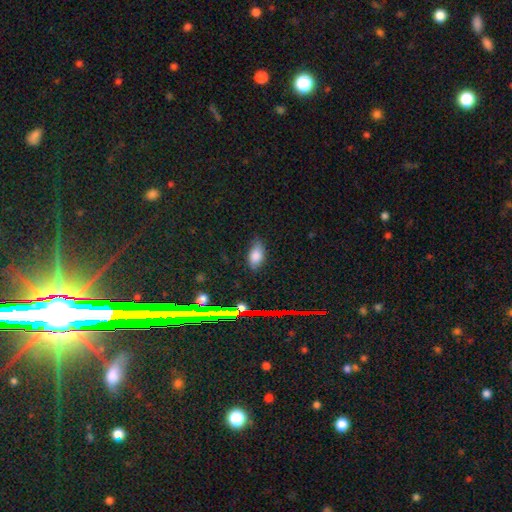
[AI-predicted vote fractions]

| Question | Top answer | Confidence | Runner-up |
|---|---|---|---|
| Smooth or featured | smooth | 77% | star or artifact (13%) |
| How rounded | in between | 90% | round (5%) |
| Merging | none | 75% | minor disturbance (20%) |